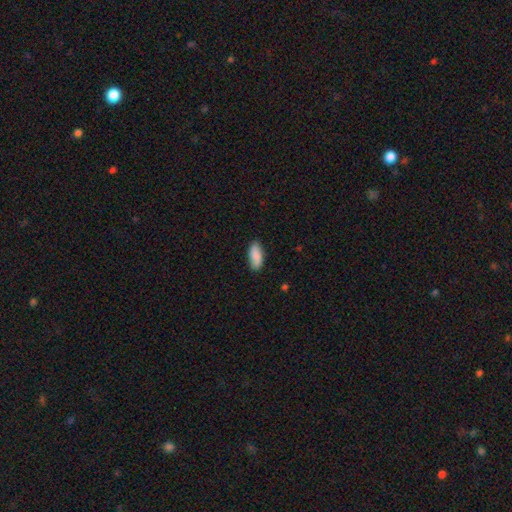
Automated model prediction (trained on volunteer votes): This appears to be a smooth galaxy with no disk features (87%) that is in between round and cigar-shaped (85%). Merging: none (84%).